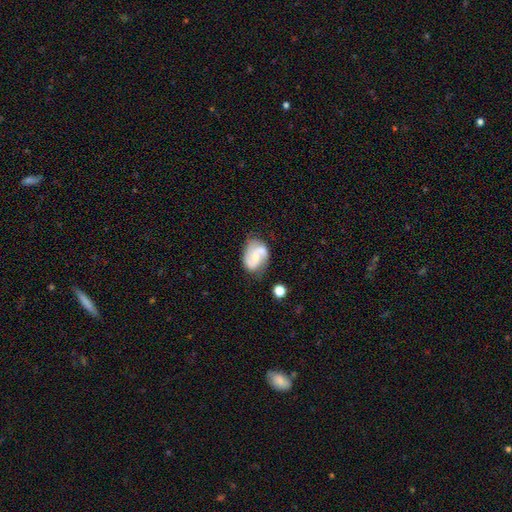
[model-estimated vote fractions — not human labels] The model was most divided on "bar": no: 45%, weak: 43%, strong: 12%. Remaining: edge-on disk — no (98%); spiral arms — yes (95%); spiral arm count — 2 (87%); smooth or featured — featured or disk (77%); merging — none (67%); spiral winding — medium (50%); bulge size — small (48%).